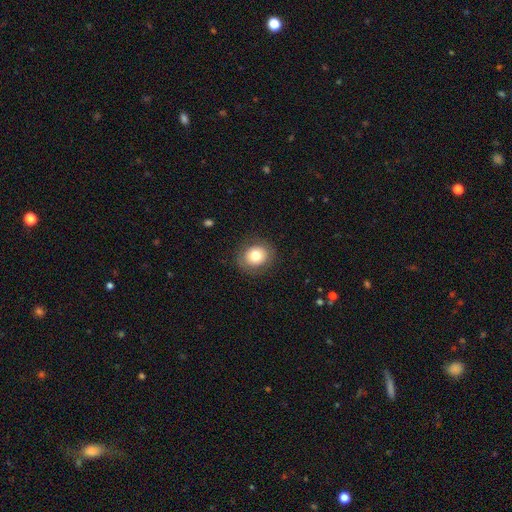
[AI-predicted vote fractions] smooth 76%, featured or disk 15%, star or artifact 10%. Down the decision tree: how rounded — round (72%); merging — none (86%).